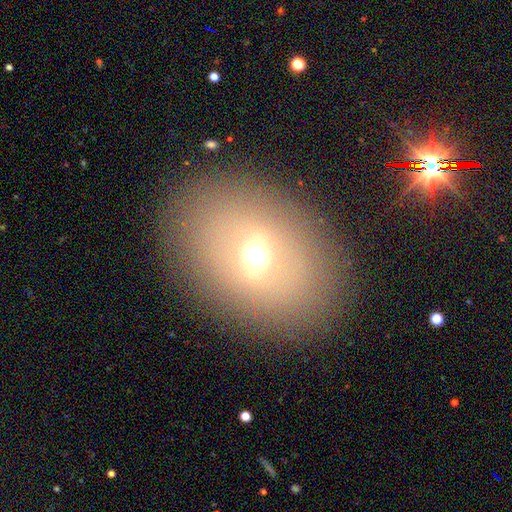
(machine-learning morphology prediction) smooth-or-featured: smooth: 52% | featured or disk: 28% | star or artifact: 21%
  how-rounded: in between: 65% | round: 33% | cigar-shaped: 2%
  merging: none: 81% | minor disturbance: 11% | major disturbance: 6% | merger: 2%